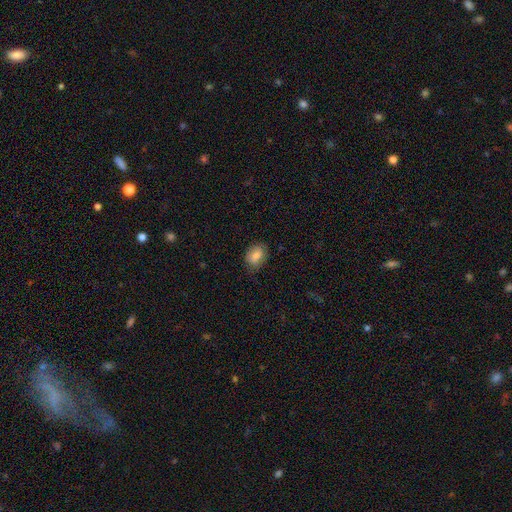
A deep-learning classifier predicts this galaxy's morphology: smooth_or_featured: smooth (p=0.84) [alt: featured or disk p=0.08]
how_rounded: in between (p=0.77) [alt: round p=0.22]
merging: none (p=0.75) [alt: minor disturbance p=0.20]